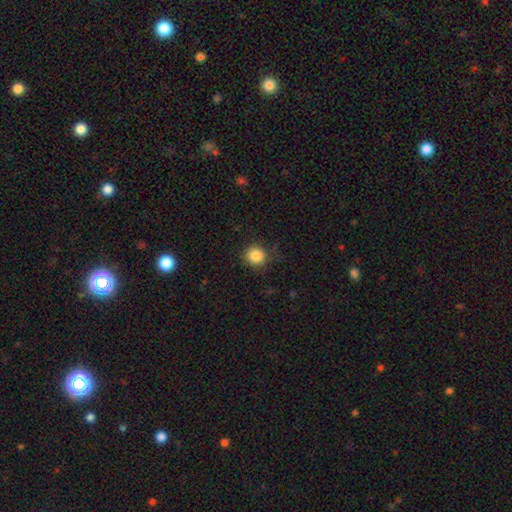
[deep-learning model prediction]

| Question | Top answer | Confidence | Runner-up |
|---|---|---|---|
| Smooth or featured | smooth | 85% | star or artifact (10%) |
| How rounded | round | 89% | in between (10%) |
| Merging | none | 81% | minor disturbance (13%) |